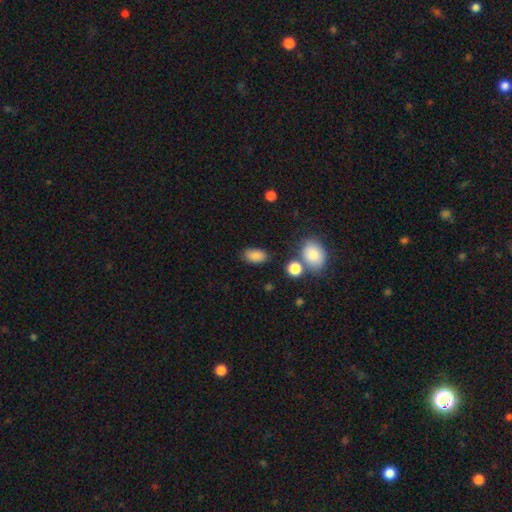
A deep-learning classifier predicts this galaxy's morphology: A smooth galaxy with no disk features (85%) that is in between round and cigar-shaped (90%). Merging: none (79%).